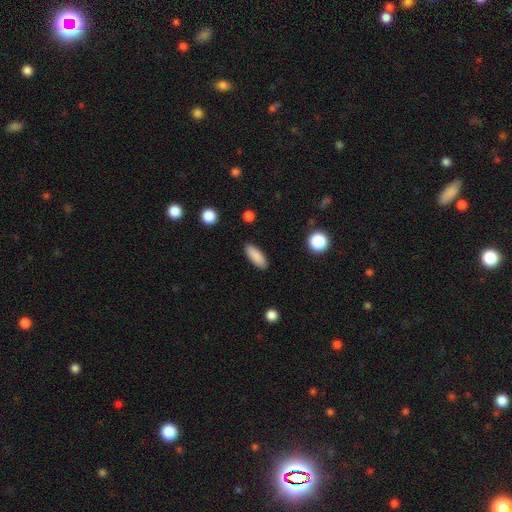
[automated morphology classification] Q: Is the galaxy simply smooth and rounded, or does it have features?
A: smooth — 88%.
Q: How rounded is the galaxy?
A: in between — 69%.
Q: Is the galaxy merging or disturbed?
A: none — 89%.